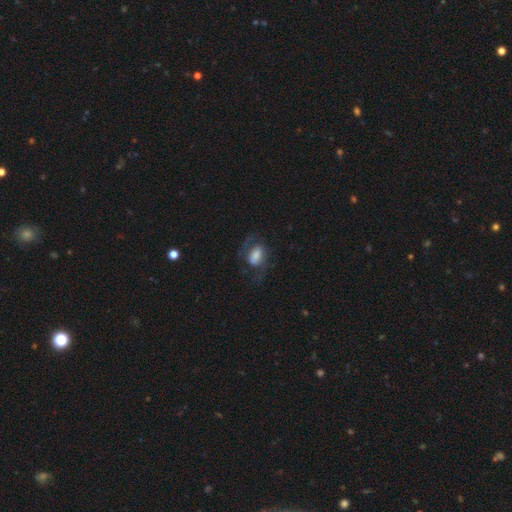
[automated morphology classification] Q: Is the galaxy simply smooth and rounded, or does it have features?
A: smooth — 48%.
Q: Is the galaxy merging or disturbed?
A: none — 51%.